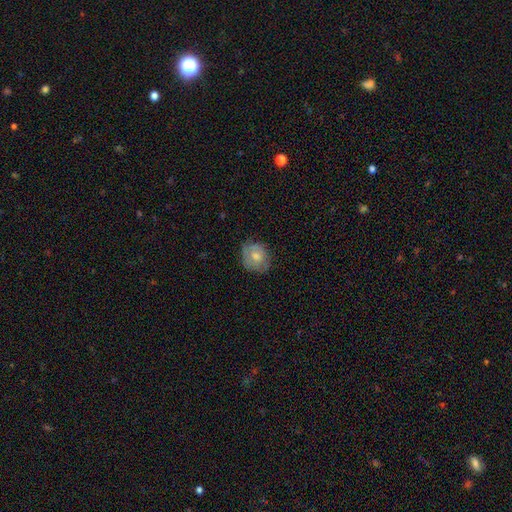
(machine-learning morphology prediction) A smooth galaxy with no disk features (65%) that is round (73%).

Vote fractions:
- Smooth or featured? smooth: 65% / featured or disk: 28% / star or artifact: 7%
- How rounded? round: 73% / in between: 26% / cigar-shaped: 1%
- Merging? none: 68% / minor disturbance: 25% / major disturbance: 6% / merger: 1%